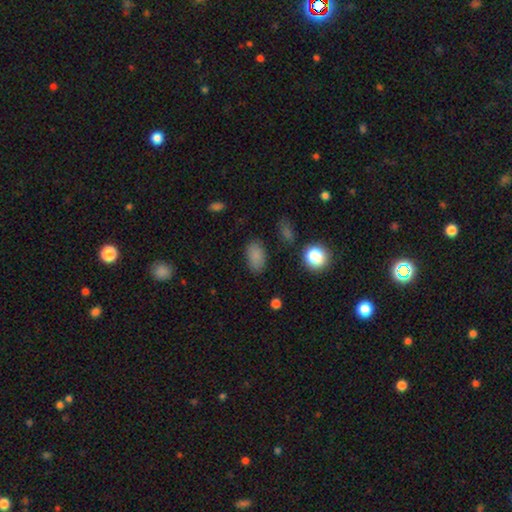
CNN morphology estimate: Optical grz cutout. It shows a smooth galaxy with no disk features (83%) that is in between round and cigar-shaped (91%). Merging: none (82%).